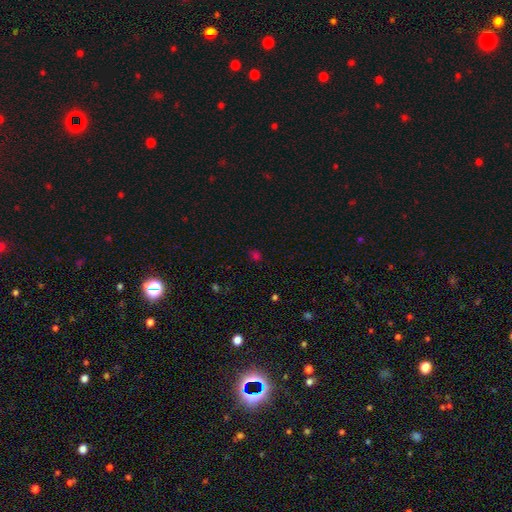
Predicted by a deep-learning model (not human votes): smooth-or-featured: smooth: 52% | star or artifact: 42% | featured or disk: 6%
  how-rounded: round: 54% | in between: 44% | cigar-shaped: 2%
  merging: none: 75% | minor disturbance: 14% | major disturbance: 6% | merger: 4%